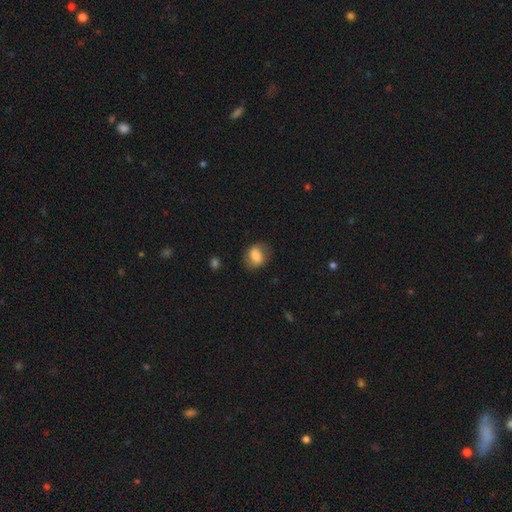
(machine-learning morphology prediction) Smooth or featured? smooth (77%)
How rounded? in between (66%)
Merging? none (71%)